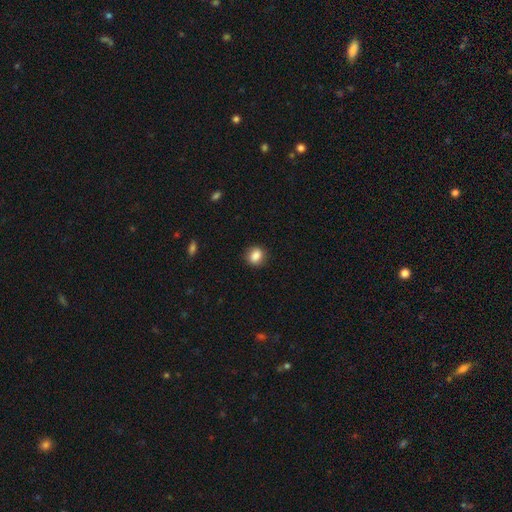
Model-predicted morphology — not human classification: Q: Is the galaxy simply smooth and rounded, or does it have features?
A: smooth — 85%.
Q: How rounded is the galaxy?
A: round — 64%.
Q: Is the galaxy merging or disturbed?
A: none — 86%.